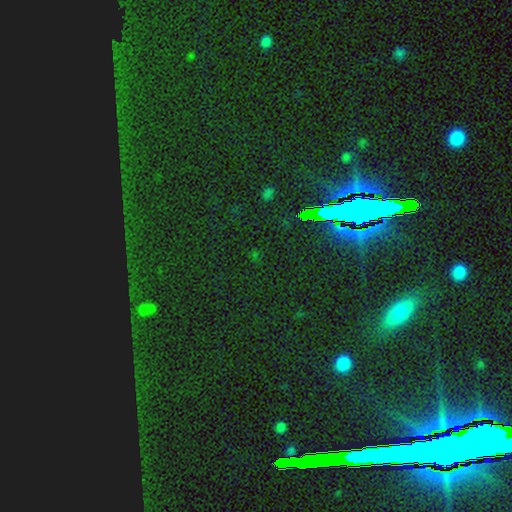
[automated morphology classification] This is likely a star or artifact rather than a galaxy (77%).